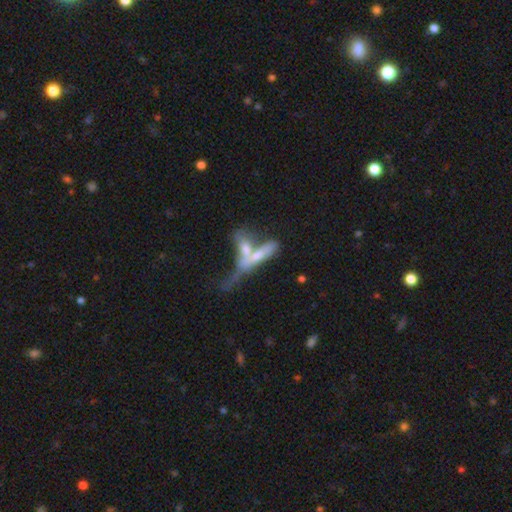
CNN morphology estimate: type=featured or disk (47%); merging=merger (59%).